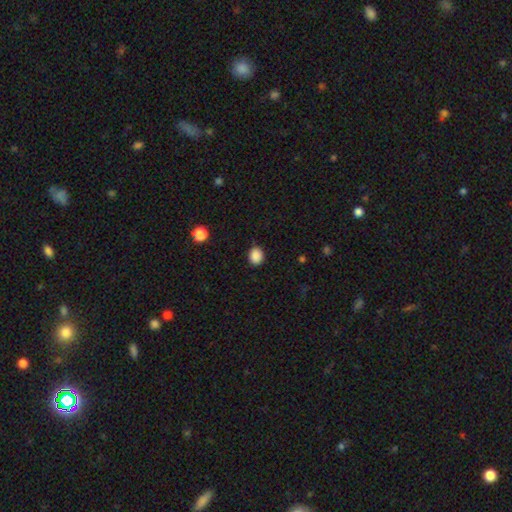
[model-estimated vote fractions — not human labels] This appears to be a smooth galaxy with no disk features (88%) that is round (65%). Merging: none (85%).